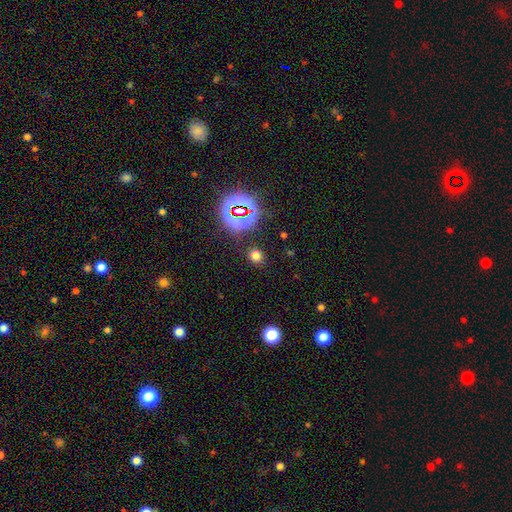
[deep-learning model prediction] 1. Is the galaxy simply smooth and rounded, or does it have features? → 68% smooth, 27% star or artifact, 6% featured or disk.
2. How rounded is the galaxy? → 76% round, 22% in between, 1% cigar-shaped.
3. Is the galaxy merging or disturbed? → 86% none, 8% minor disturbance, 3% major disturbance, 2% merger.